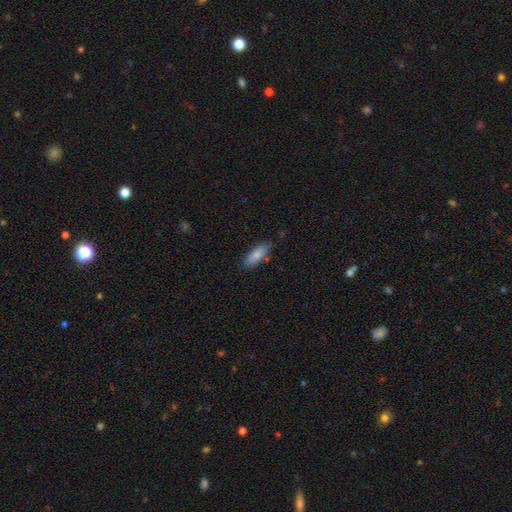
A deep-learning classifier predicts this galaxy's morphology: type=smooth (78%); roundness=in between (61%); merging=none (81%).